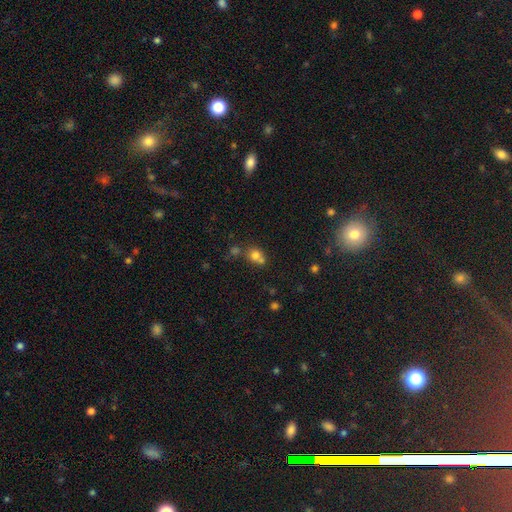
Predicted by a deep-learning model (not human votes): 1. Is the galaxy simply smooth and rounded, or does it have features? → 74% smooth, 15% star or artifact, 11% featured or disk.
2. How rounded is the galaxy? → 77% round, 22% in between, 1% cigar-shaped.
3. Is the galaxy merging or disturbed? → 44% none, 43% merger, 9% minor disturbance, 4% major disturbance.